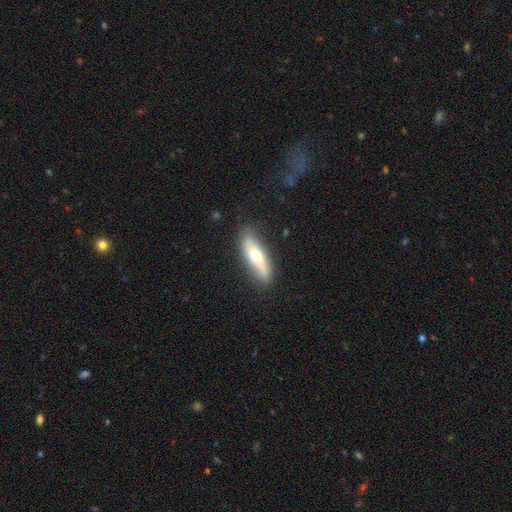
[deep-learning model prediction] A smooth galaxy with no disk features (53%) that is cigar-shaped (63%). Merging: none (78%).